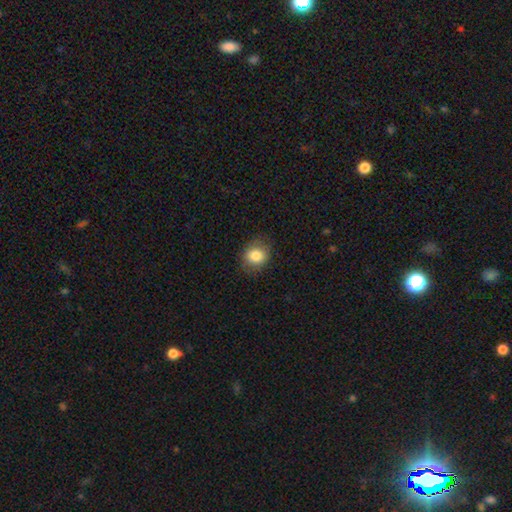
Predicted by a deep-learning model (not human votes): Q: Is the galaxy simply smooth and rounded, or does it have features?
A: smooth — 84%.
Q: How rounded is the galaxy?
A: round — 66%.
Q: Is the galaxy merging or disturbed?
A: none — 83%.